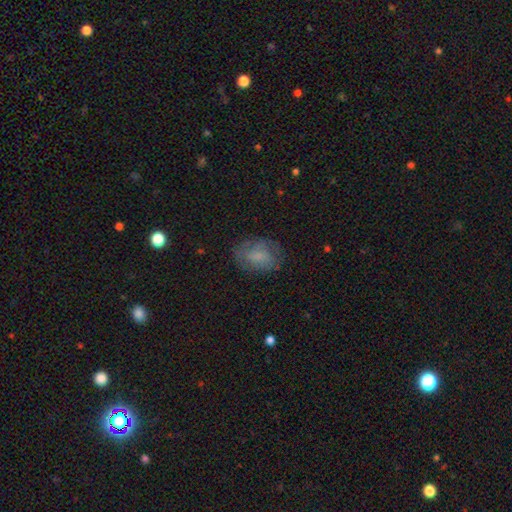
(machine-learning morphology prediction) This appears to be a smooth galaxy with no disk features (58%) that is in between round and cigar-shaped (81%). Merging: none (70%).